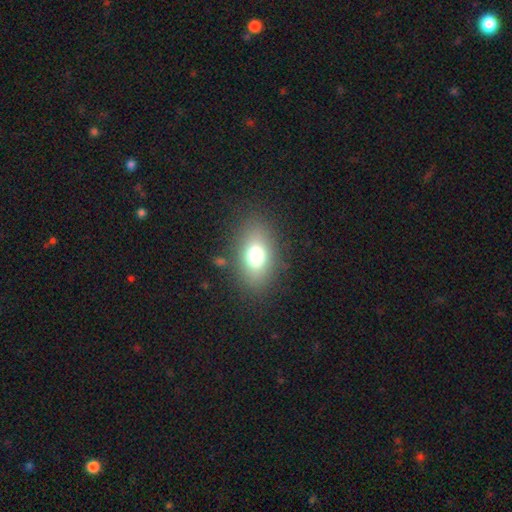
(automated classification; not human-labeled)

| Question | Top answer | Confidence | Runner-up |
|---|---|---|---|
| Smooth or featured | smooth | 73% | featured or disk (15%) |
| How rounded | in between | 80% | round (17%) |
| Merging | none | 82% | minor disturbance (11%) |